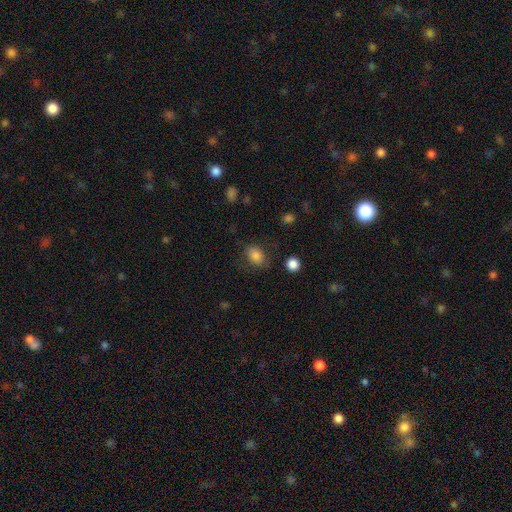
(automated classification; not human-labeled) This appears to be a smooth galaxy with no disk features (83%) that is in between round and cigar-shaped (72%). Merging: none (74%).